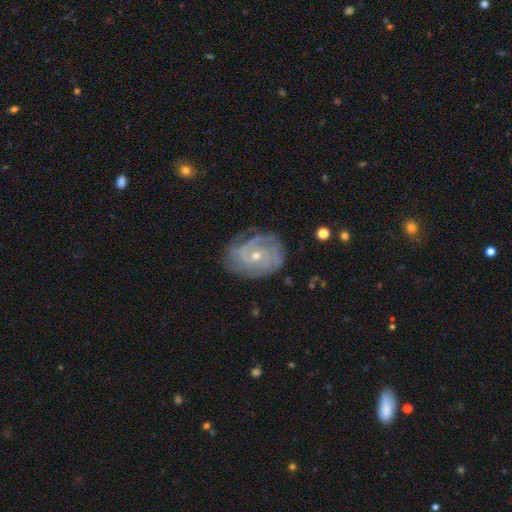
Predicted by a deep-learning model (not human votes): smooth-or-featured: featured or disk: 85% | smooth: 9% | star or artifact: 6%
  disk-edge-on: no: 97% | yes: 3%
    bar: no: 68% | weak: 27% | strong: 5%
    has-spiral-arms: yes: 95% | no: 5%
      spiral-winding: tight: 65% | medium: 28% | loose: 7%
      spiral-arm-count: can't tell: 30% | 2: 25% | 3: 23% | 4: 11% | more than 4: 6% | 1: 6%
    bulge-size: small: 63% | moderate: 35% | none: 1% | large: 1% | dominant: 1%
  merging: none: 74% | minor disturbance: 19% | major disturbance: 6% | merger: 1%